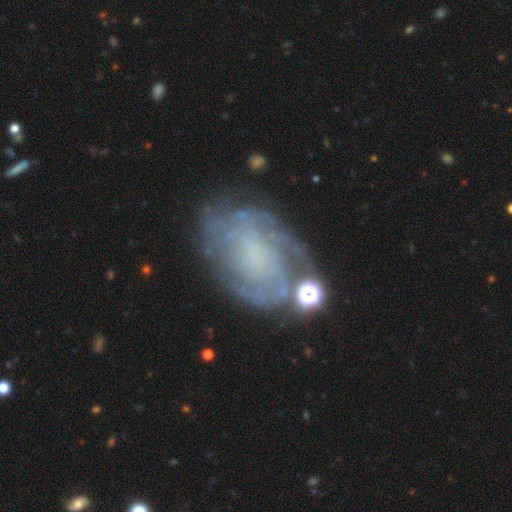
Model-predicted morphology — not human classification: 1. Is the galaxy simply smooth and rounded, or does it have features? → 76% featured or disk, 15% smooth, 8% star or artifact.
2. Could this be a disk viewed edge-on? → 96% no, 4% yes.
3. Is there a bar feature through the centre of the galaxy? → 72% no, 22% weak, 5% strong.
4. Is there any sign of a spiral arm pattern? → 87% yes, 13% no.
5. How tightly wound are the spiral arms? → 61% tight, 28% medium, 11% loose.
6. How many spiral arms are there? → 46% can't tell, 23% 2, 13% 3, 7% 4, 6% 1, 6% more than 4.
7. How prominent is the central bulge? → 47% none, 31% small, 14% moderate, 7% large, 2% dominant.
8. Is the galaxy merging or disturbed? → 65% none, 19% minor disturbance, 10% major disturbance, 6% merger.